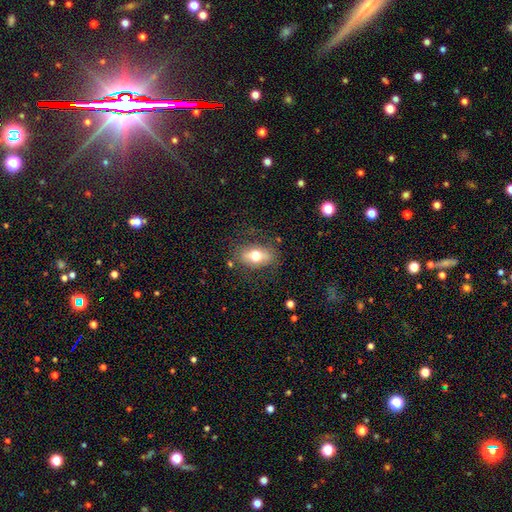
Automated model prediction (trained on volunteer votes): Smooth or featured? Predicted: smooth (p=0.57). How rounded? Predicted: in between (p=0.82). Merging? Predicted: none (p=0.77).